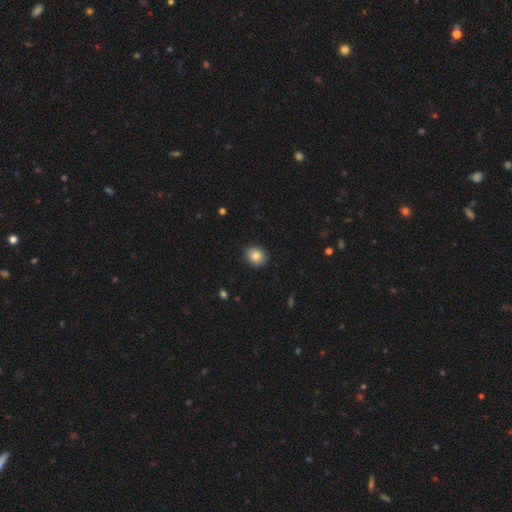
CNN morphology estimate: type=smooth (84%); roundness=round (74%); merging=none (91%).